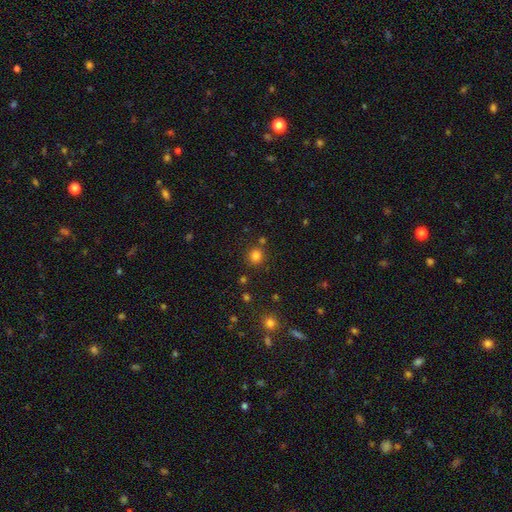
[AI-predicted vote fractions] A smooth galaxy with no disk features (80%) that is round (89%). Merging: none (82%).